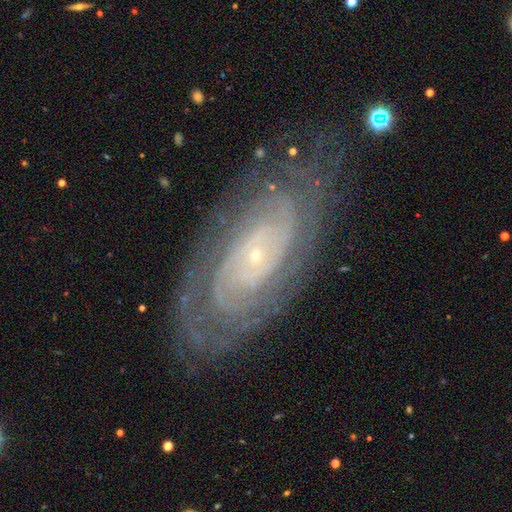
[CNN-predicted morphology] Q: Smooth or featured?
A: featured or disk (86%); runner-up: smooth (7%)
Q: Edge-on disk?
A: no (94%); runner-up: yes (6%)
Q: Bar?
A: no (78%); runner-up: weak (16%)
Q: Spiral arms?
A: yes (96%); runner-up: no (4%)
Q: Spiral winding?
A: tight (80%); runner-up: medium (17%)
Q: Spiral arm count?
A: can't tell (33%); runner-up: 2 (26%)
Q: Bulge size?
A: small (87%); runner-up: moderate (9%)
Q: Merging?
A: none (78%); runner-up: minor disturbance (15%)